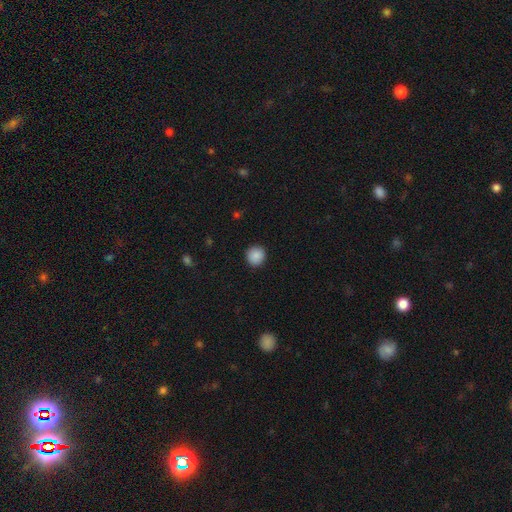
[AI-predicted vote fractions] Smooth or featured? smooth (88%)
How rounded? round (92%)
Merging? none (91%)